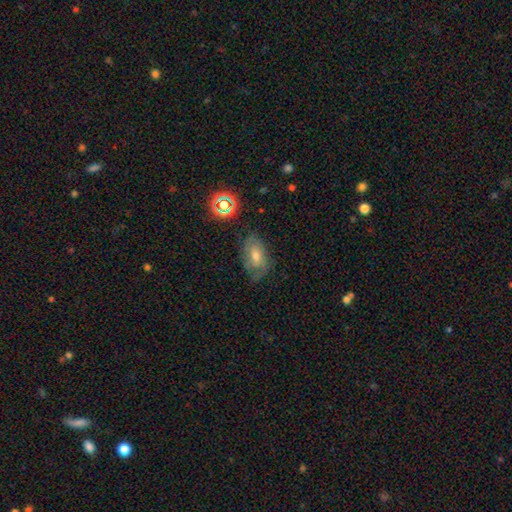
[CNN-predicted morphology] A smooth galaxy with no disk features (42%).

Vote fractions:
- Smooth or featured? smooth: 42% / featured or disk: 41% / star or artifact: 17%
- Merging? none: 68% / minor disturbance: 22% / major disturbance: 8% / merger: 2%